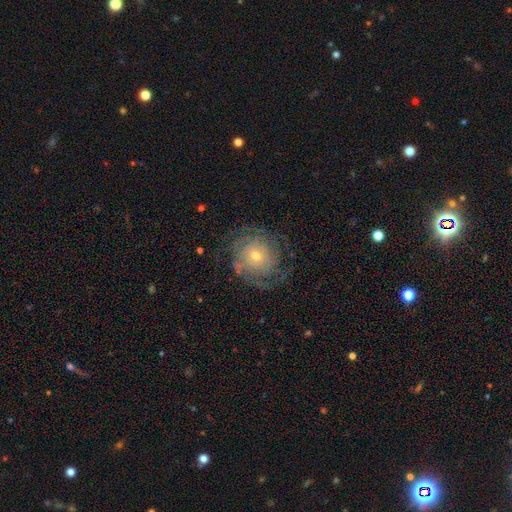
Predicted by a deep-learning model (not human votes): featured or disk 74%, smooth 19%, star or artifact 8%. Down the decision tree: edge-on disk — no (97%); bar — no (79%); spiral arms — yes (87%); spiral arm count — can't tell (44%); spiral winding — tight (64%); bulge size — small (58%); merging — none (70%).